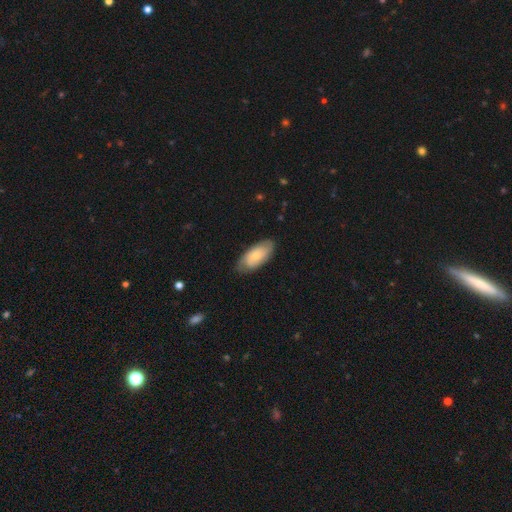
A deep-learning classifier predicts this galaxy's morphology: smooth_or_featured: smooth (p=0.55) [alt: featured or disk p=0.40]
how_rounded: in between (p=0.89) [alt: cigar-shaped p=0.08]
merging: none (p=0.77) [alt: minor disturbance p=0.18]